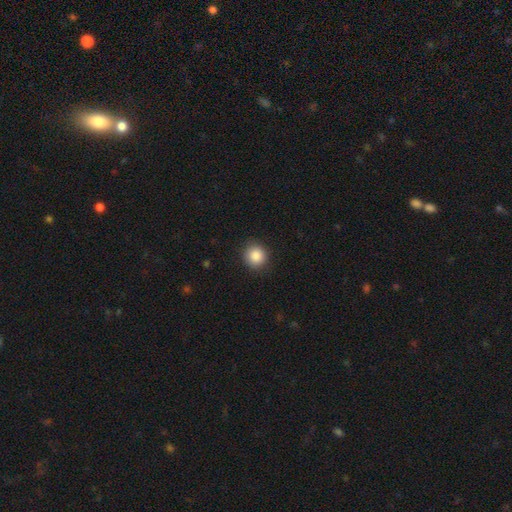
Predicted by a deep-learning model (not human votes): Smooth or featured?
  - smooth: 87% *
  - star or artifact: 9%
  - featured or disk: 5%
How rounded?
  - round: 90% *
  - in between: 9%
  - cigar-shaped: 1%
Merging?
  - none: 89% *
  - minor disturbance: 8%
  - major disturbance: 2%
  - merger: 1%